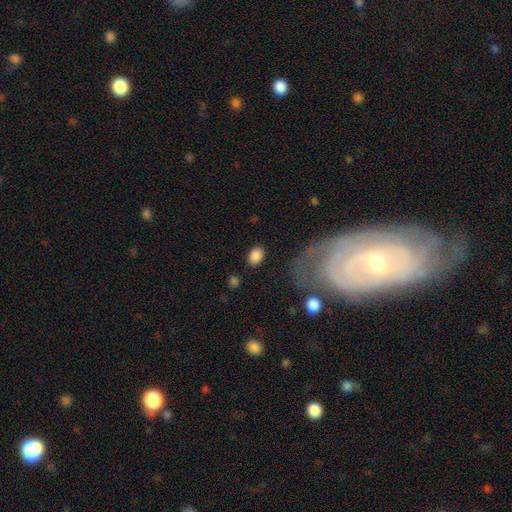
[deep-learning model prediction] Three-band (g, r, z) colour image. It shows a smooth galaxy with no disk features (86%) that is in between round and cigar-shaped (71%). Merging: none (85%).